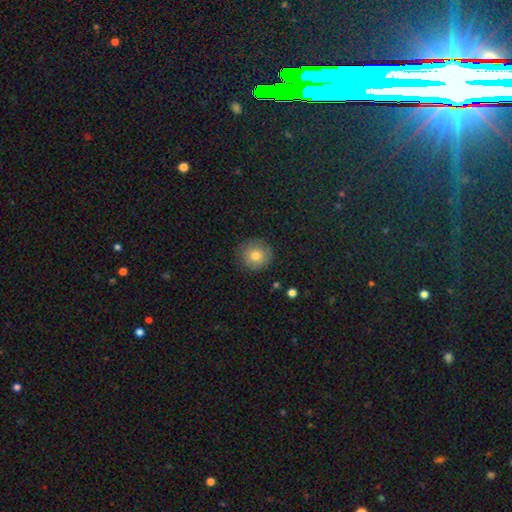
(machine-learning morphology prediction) Smooth or featured? smooth (79%)
How rounded? round (91%)
Merging? none (86%)